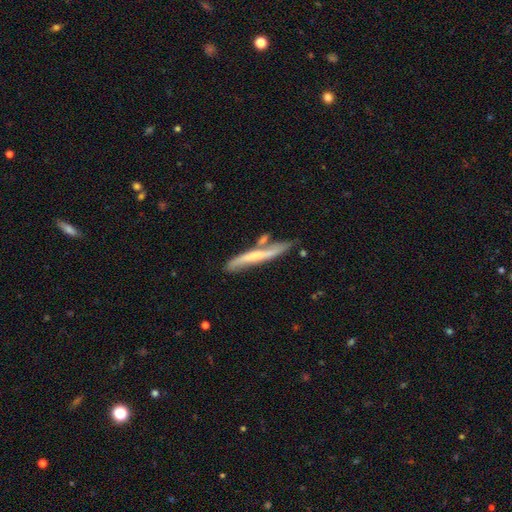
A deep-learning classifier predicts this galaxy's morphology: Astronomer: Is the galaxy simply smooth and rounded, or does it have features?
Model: featured or disk — 54% (runner-up: smooth, 40%).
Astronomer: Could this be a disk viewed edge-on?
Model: yes — 81%.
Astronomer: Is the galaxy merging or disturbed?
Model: none — 55%.